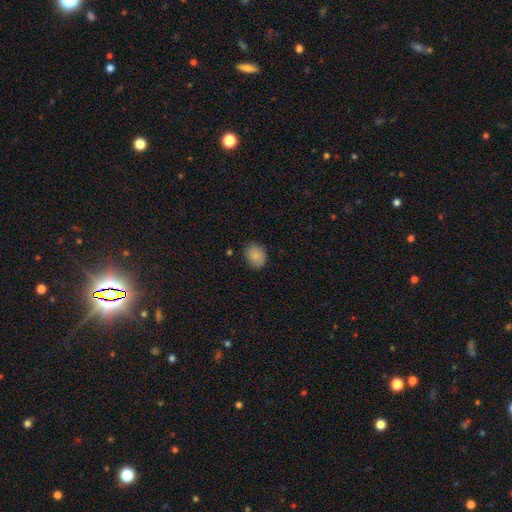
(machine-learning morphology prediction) The model was most divided on "how rounded": in between: 51%, round: 48%, cigar-shaped: 1%. More confident: smooth or featured — smooth (86%); merging — none (83%).